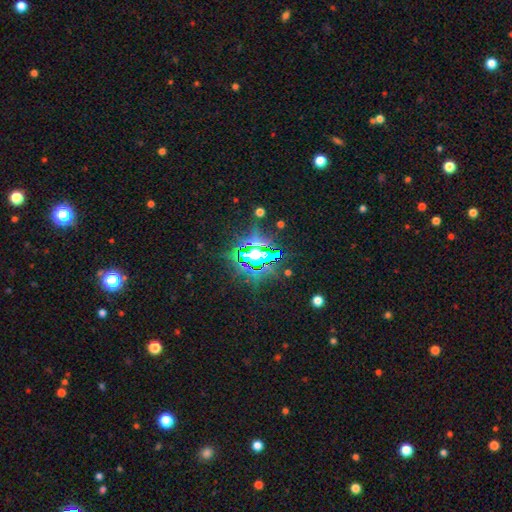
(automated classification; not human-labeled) Smooth or featured: star or artifact — 77% (smooth — 13%)